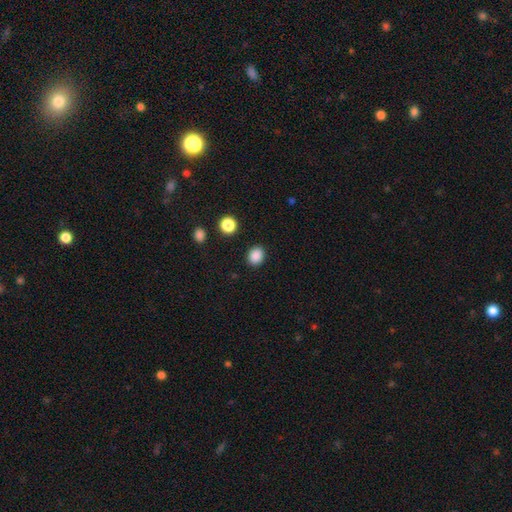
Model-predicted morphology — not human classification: smooth 88%, star or artifact 9%, featured or disk 3%. Down the decision tree: how rounded — round (54%); merging — none (89%).